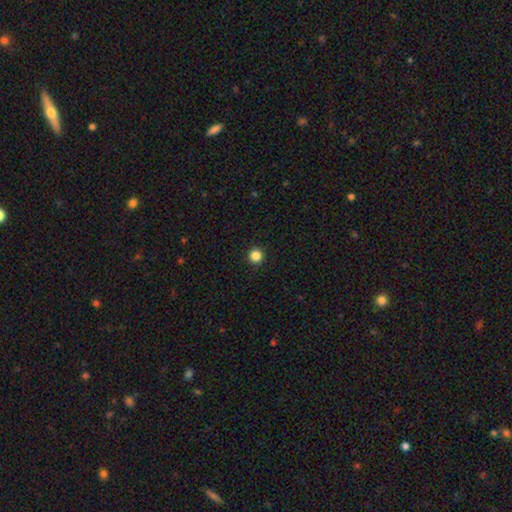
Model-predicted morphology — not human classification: A smooth galaxy with no disk features (85%) that is round (96%). Merging: none (94%).